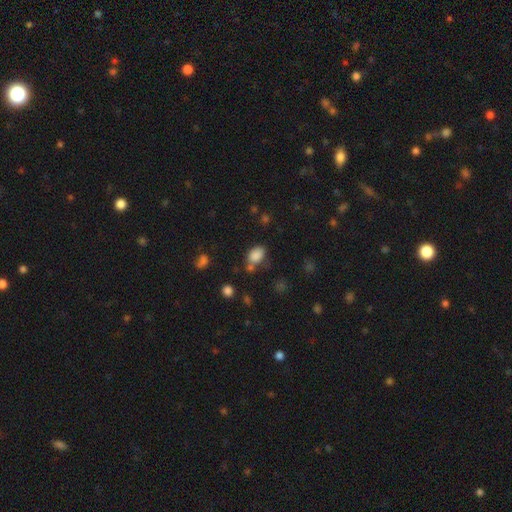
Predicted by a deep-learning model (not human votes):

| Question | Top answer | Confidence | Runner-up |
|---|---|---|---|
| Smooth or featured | smooth | 84% | star or artifact (11%) |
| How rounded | in between | 80% | round (19%) |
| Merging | none | 59% | minor disturbance (19%) |